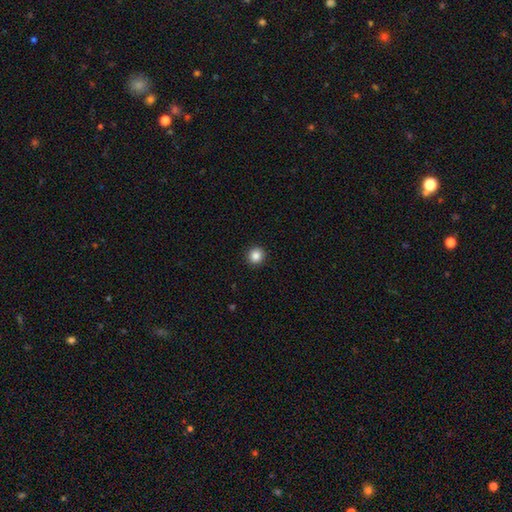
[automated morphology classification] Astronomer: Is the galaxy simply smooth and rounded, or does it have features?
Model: smooth — 85%.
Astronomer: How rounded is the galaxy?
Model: round — 93%.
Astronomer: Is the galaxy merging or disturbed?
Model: none — 93%.